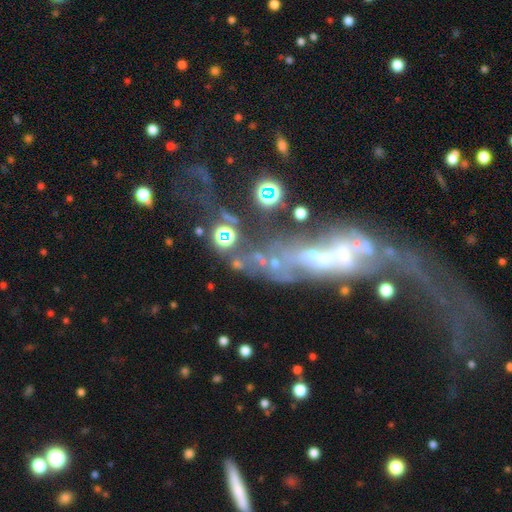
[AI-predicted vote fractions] Smooth or featured? Predicted: featured or disk (p=0.71). Edge-on disk? Predicted: no (p=0.77). Bar? Predicted: no (p=0.53). Spiral arms? Predicted: yes (p=0.51). Bulge size? Predicted: small (p=0.36). Merging? Predicted: major disturbance (p=0.41).